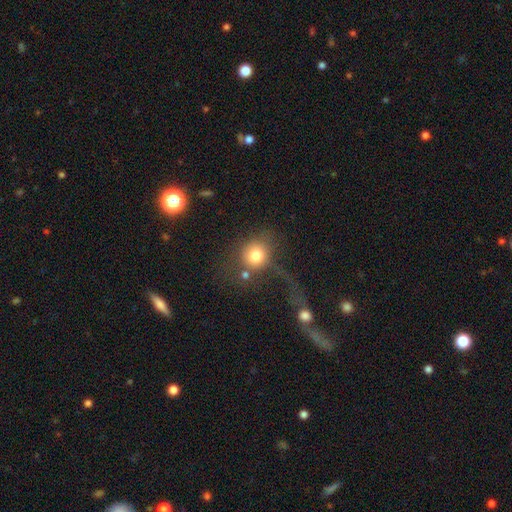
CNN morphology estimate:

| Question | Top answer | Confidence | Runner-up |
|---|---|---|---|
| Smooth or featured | smooth | 75% | featured or disk (14%) |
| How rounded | round | 83% | in between (16%) |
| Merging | none | 37% | major disturbance (31%) |